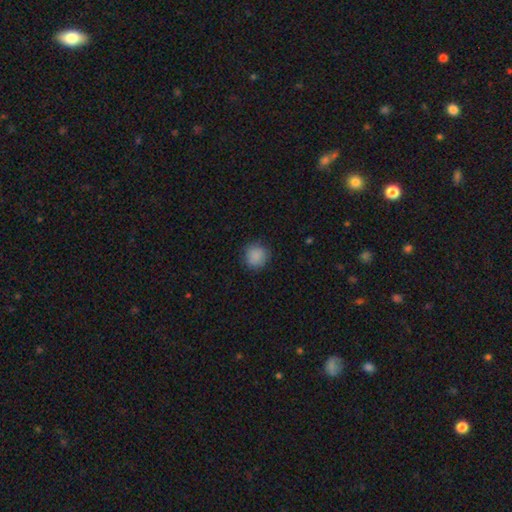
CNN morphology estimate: type=smooth (88%); roundness=round (90%); merging=none (86%).